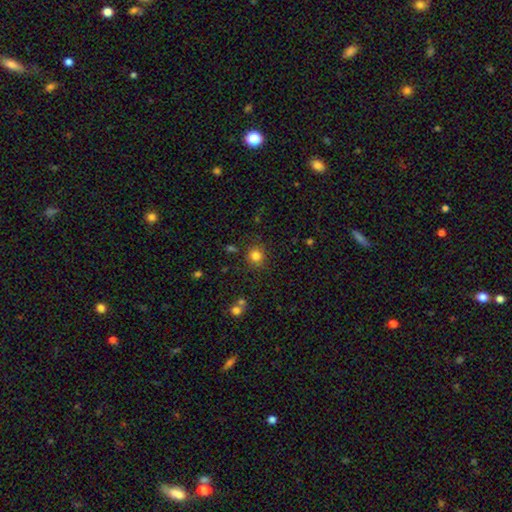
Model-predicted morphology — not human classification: smooth_or_featured: smooth (p=0.82) [alt: star or artifact p=0.13]
how_rounded: round (p=0.90) [alt: in between p=0.09]
merging: none (p=0.85) [alt: minor disturbance p=0.09]